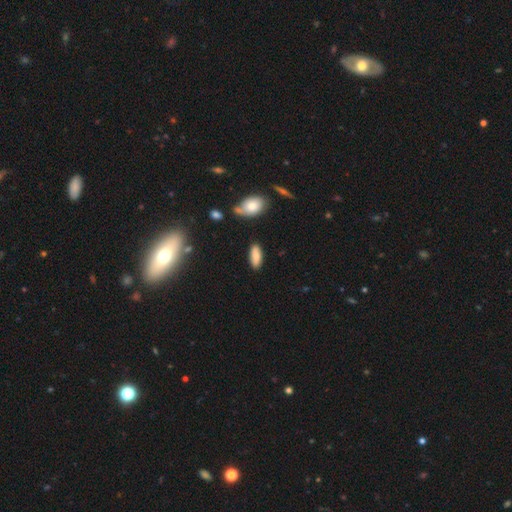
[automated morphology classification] This appears to be a smooth galaxy with no disk features (82%) that is in between round and cigar-shaped (78%). Merging: none (82%).